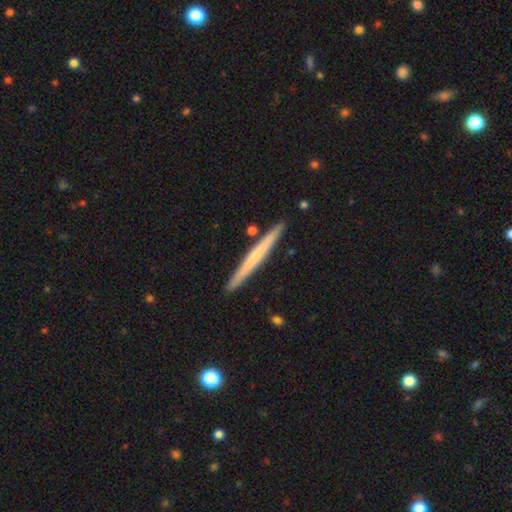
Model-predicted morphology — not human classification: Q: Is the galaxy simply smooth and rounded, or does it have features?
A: featured or disk — 48%.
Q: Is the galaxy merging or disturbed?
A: none — 90%.